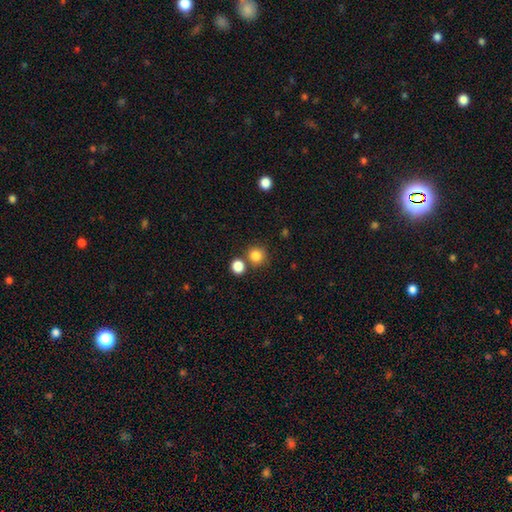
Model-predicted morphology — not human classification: Smooth or featured? Predicted: smooth (p=0.83). How rounded? Predicted: round (p=0.90). Merging? Predicted: none (p=0.72).